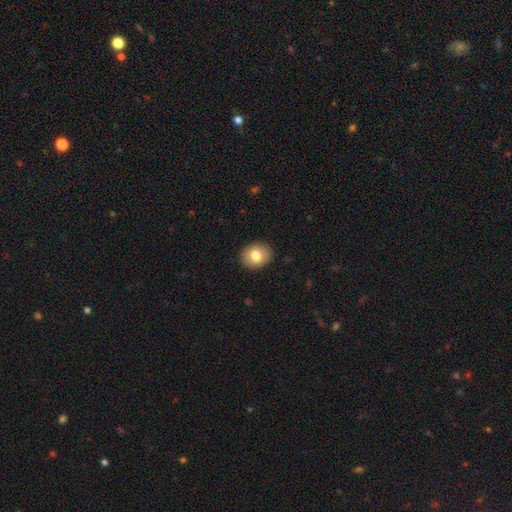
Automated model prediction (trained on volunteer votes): Smooth or featured? Predicted: smooth (p=0.79). How rounded? Predicted: round (p=0.52). Merging? Predicted: none (p=0.90).